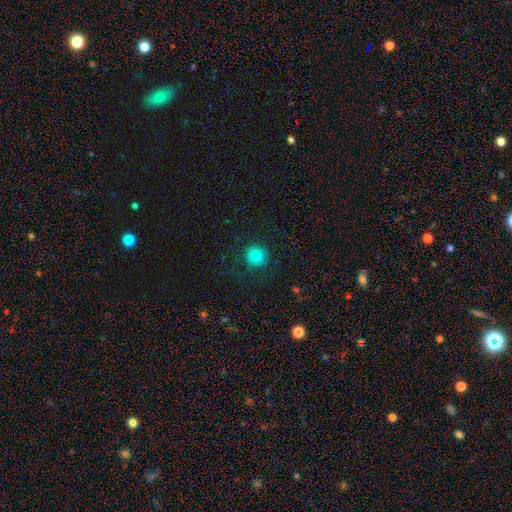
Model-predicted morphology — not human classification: This is clearly a smooth galaxy (80%). How rounded: clearly round (93%). Merging: clearly none (83%).